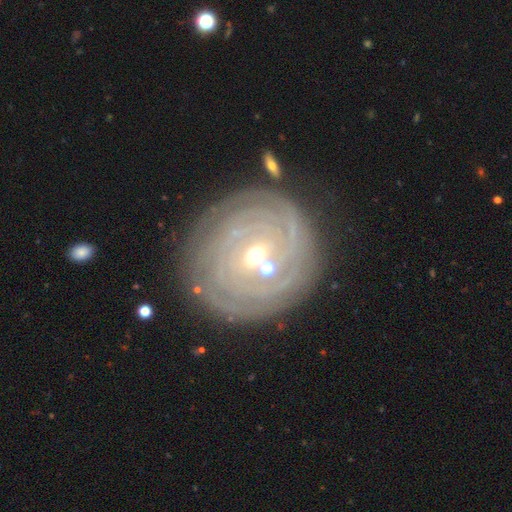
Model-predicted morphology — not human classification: A featured or disk galaxy (84%) with a weak bar (42%), tight (89%) spiral arms (95%) and a small central bulge (51%). Merging: none (81%).